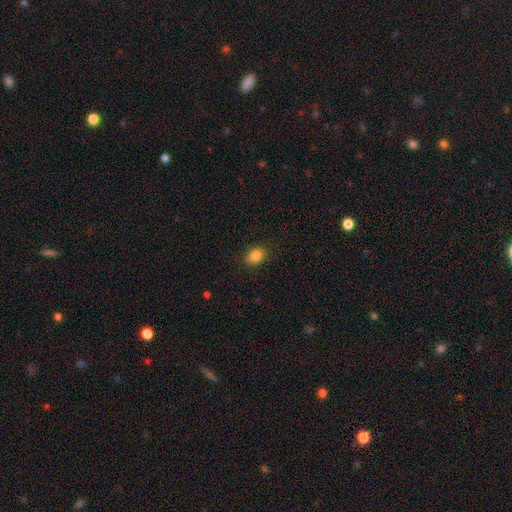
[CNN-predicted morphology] Q: Smooth or featured?
A: smooth (85%); runner-up: star or artifact (10%)
Q: How rounded?
A: in between (65%); runner-up: round (34%)
Q: Merging?
A: none (87%); runner-up: minor disturbance (10%)